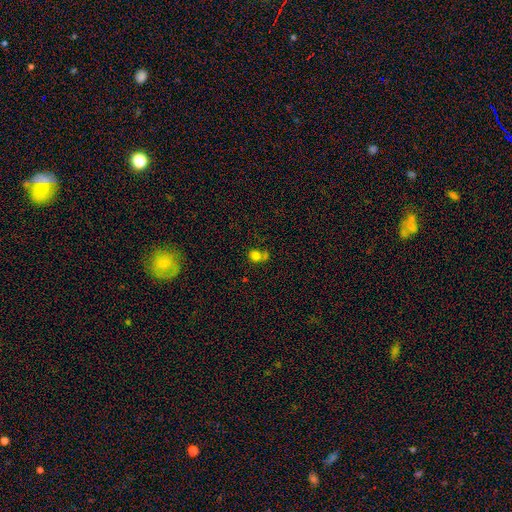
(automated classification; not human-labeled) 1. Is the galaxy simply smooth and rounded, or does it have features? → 77% smooth, 13% star or artifact, 10% featured or disk.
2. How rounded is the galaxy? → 72% round, 27% in between, 1% cigar-shaped.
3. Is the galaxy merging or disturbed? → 43% none, 34% merger, 14% minor disturbance, 10% major disturbance.